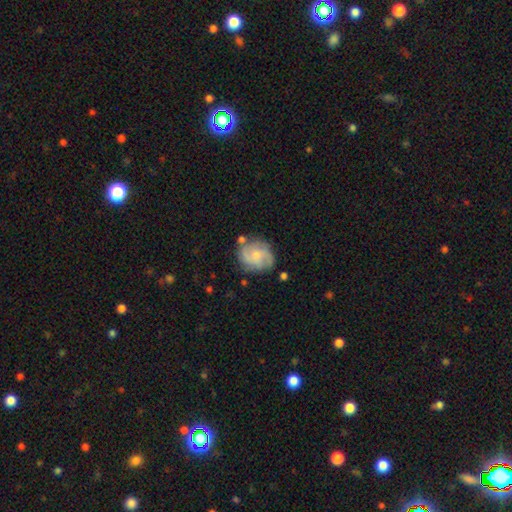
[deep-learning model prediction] Smooth or featured? Predicted: featured or disk (p=0.66). Edge-on disk? Predicted: no (p=0.98). Bar? Predicted: no (p=0.66). Spiral arms? Predicted: yes (p=0.91). Spiral winding? Predicted: medium (p=0.48). Spiral arm count? Predicted: 2 (p=0.42). Bulge size? Predicted: small (p=0.55). Merging? Predicted: none (p=0.68).